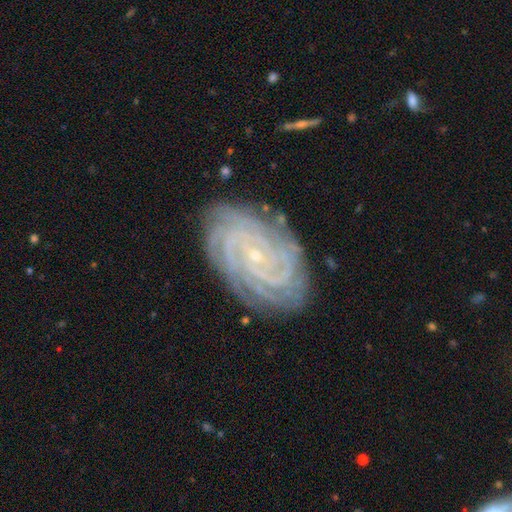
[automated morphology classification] This appears to be a featured or disk galaxy (89%) with no bar (67%), 4 (27%) tight (84%) spiral arms (99%) and a small central bulge (87%). Merging: none (83%).